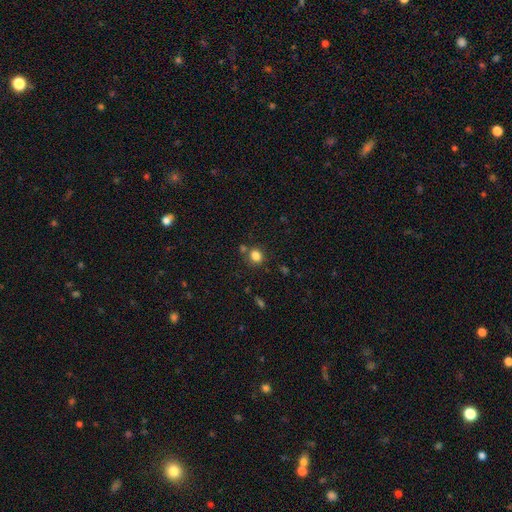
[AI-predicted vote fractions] Q: Smooth or featured?
A: smooth (82%); runner-up: star or artifact (12%)
Q: How rounded?
A: round (73%); runner-up: in between (26%)
Q: Merging?
A: none (72%); runner-up: merger (12%)